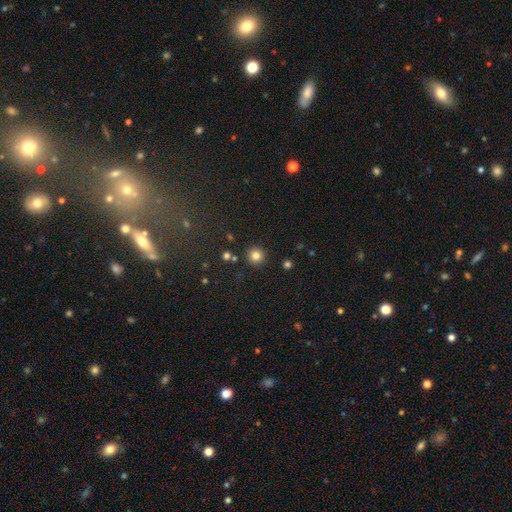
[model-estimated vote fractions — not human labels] A smooth galaxy with no disk features (82%) that is round (95%).

Vote fractions:
- Smooth or featured? smooth: 82% / star or artifact: 13% / featured or disk: 5%
- How rounded? round: 95% / in between: 4% / cigar-shaped: 1%
- Merging? none: 90% / minor disturbance: 5% / merger: 3% / major disturbance: 2%